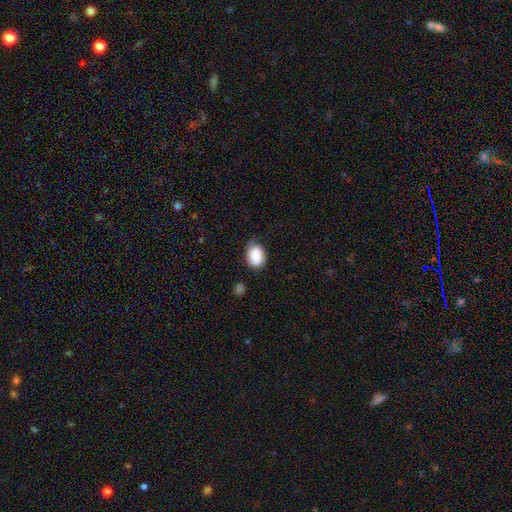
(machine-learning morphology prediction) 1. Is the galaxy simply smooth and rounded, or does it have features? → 84% smooth, 9% featured or disk, 7% star or artifact.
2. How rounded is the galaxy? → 80% in between, 19% round, 1% cigar-shaped.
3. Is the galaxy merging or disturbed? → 55% none, 34% minor disturbance, 9% major disturbance, 3% merger.